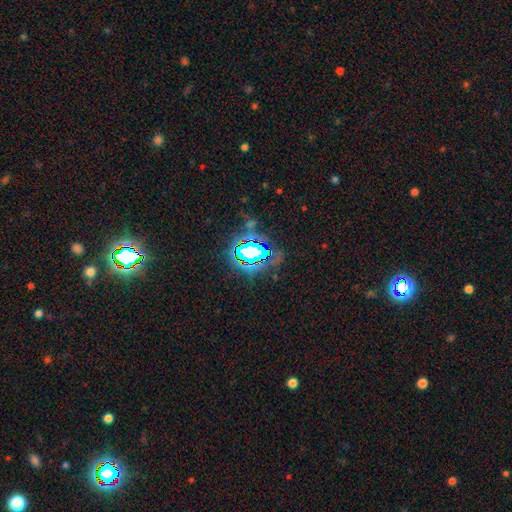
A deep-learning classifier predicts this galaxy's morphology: Overall: star or artifact (66%).